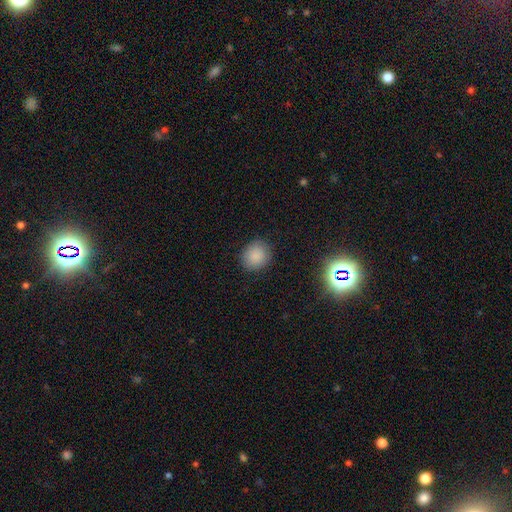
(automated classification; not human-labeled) A smooth galaxy with no disk features (87%) that is round (75%). Merging: none (87%).